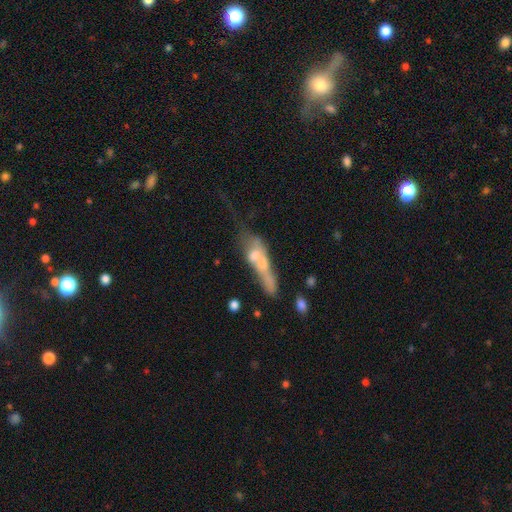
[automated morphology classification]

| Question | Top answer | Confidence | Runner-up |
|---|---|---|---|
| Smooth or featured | featured or disk | 50% | smooth (40%) |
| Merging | merger | 43% | major disturbance (22%) |